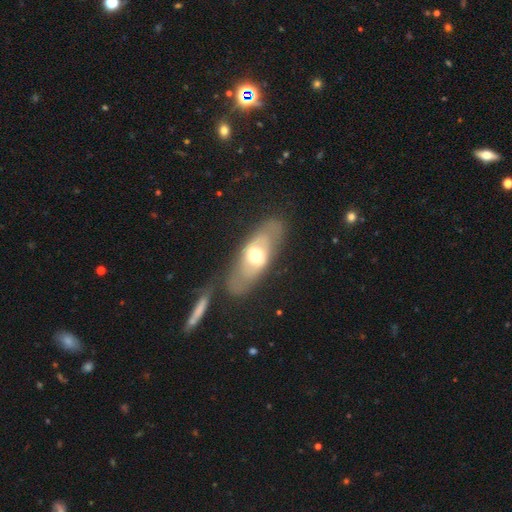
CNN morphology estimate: featured or disk 54%, smooth 40%, star or artifact 6%. Down the decision tree: edge-on disk — no (79%); merging — none (69%).